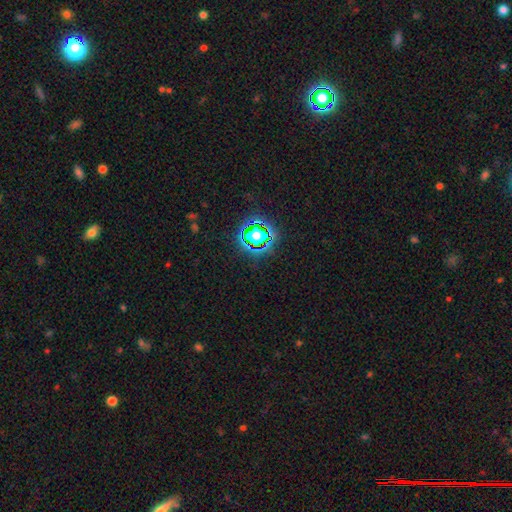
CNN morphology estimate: The model was most divided on "smooth or featured": star or artifact: 74%, smooth: 18%, featured or disk: 8%.